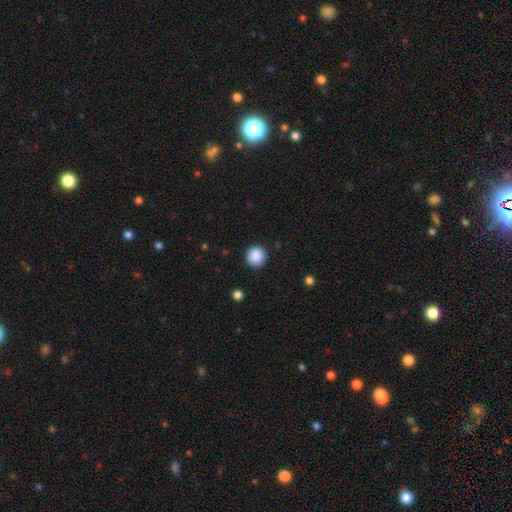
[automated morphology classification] Smooth or featured? Predicted: smooth (p=0.89). How rounded? Predicted: round (p=0.95). Merging? Predicted: none (p=0.91).